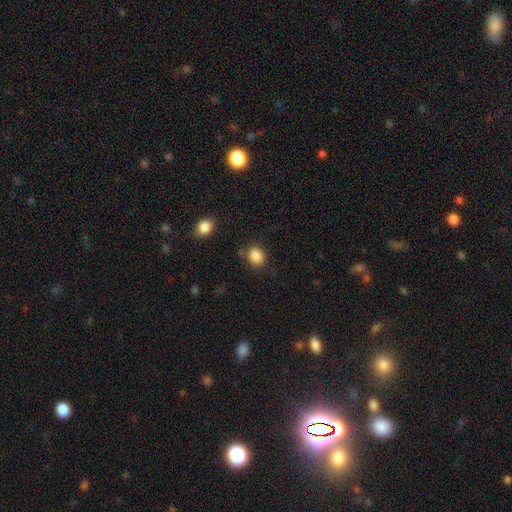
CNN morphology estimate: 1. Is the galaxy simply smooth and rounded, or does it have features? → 87% smooth, 9% star or artifact, 4% featured or disk.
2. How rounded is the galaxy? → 62% round, 37% in between, 1% cigar-shaped.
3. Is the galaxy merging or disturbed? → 79% none, 13% minor disturbance, 4% major disturbance, 4% merger.